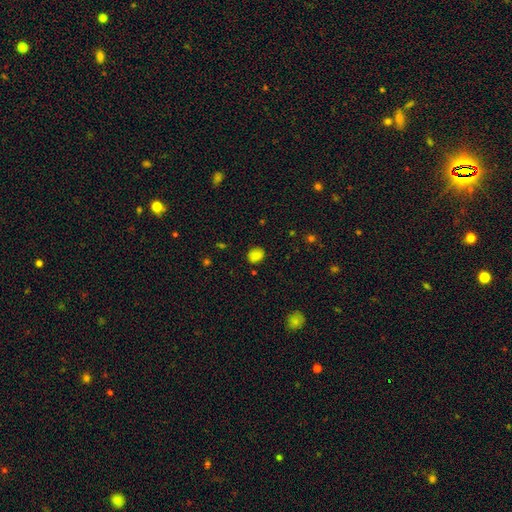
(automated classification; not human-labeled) A smooth galaxy with no disk features (83%) that is round (55%). Merging: none (81%).